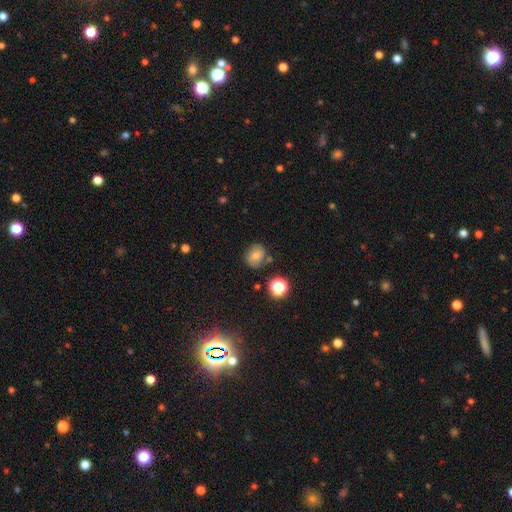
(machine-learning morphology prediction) smooth 63%, featured or disk 22%, star or artifact 15%. Down the decision tree: how rounded — round (64%); merging — none (72%).